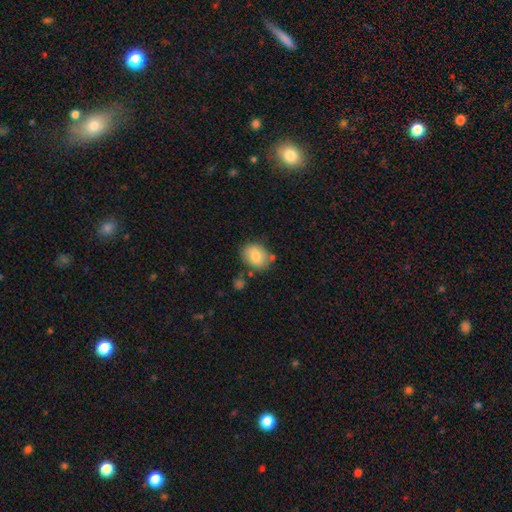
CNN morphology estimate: Smooth or featured? smooth (81%)
How rounded? in between (51%)
Merging? none (74%)